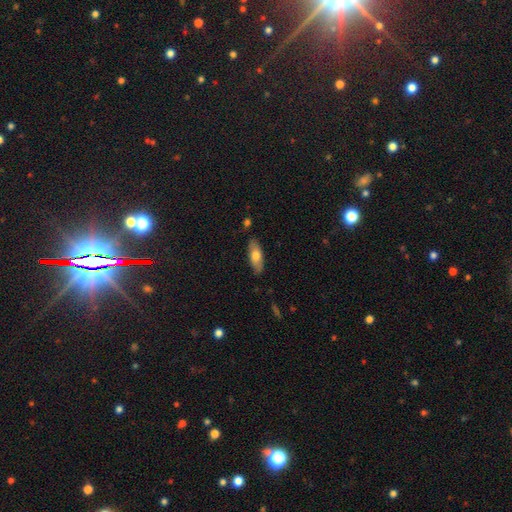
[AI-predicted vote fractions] The model was most divided on "smooth or featured": smooth: 68%, featured or disk: 26%, star or artifact: 6%. More confident: merging — none (84%); how rounded — in between (72%).